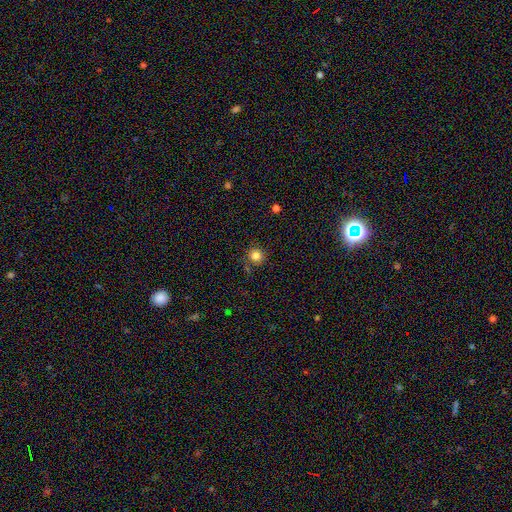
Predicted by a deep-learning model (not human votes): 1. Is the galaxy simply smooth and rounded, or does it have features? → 82% smooth, 13% star or artifact, 5% featured or disk.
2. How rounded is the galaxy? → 94% round, 5% in between, 1% cigar-shaped.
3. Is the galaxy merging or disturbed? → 83% none, 10% minor disturbance, 4% merger, 3% major disturbance.